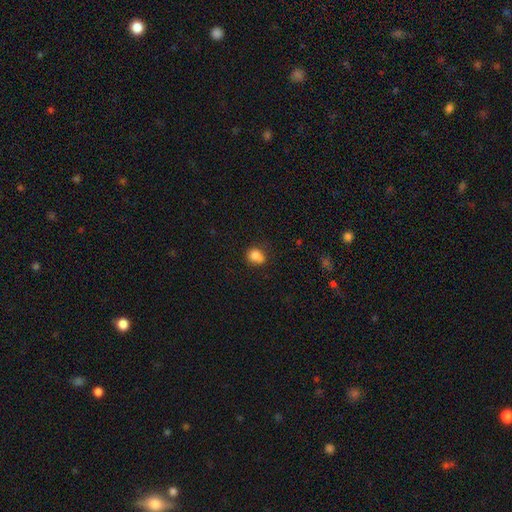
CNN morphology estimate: A smooth galaxy with no disk features (80%) that is round (67%). Merging: none (51%).